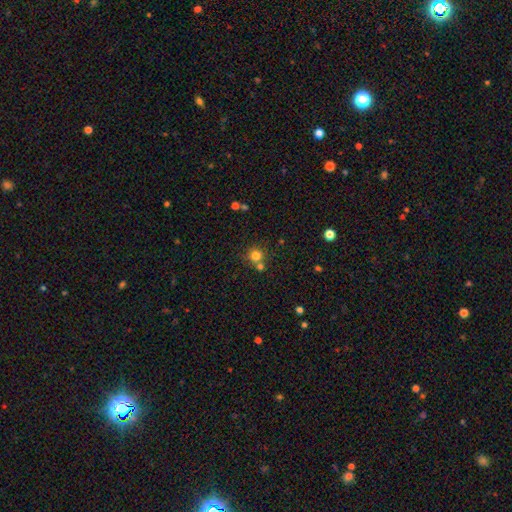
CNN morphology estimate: smooth 79%, star or artifact 14%, featured or disk 7%. Down the decision tree: how rounded — round (91%); merging — none (66%).